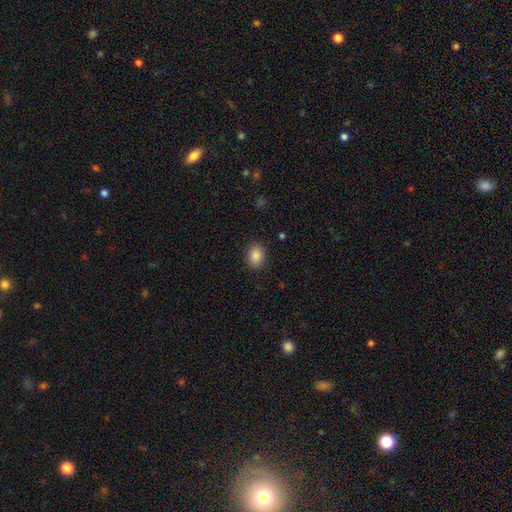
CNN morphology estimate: smooth 87%, star or artifact 9%, featured or disk 4%. Down the decision tree: how rounded — in between (61%); merging — none (89%).